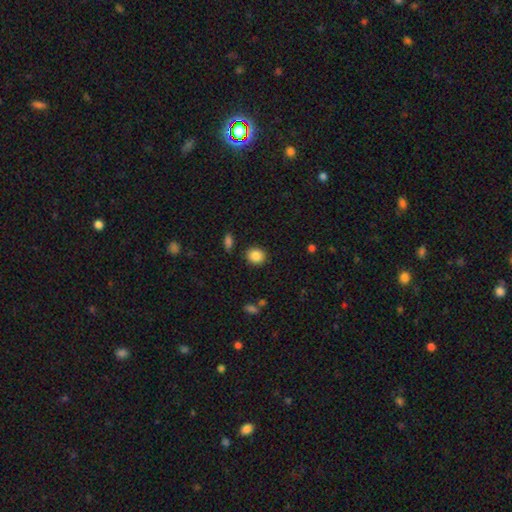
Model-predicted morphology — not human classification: smooth_or_featured: smooth (p=0.87) [alt: star or artifact p=0.09]
how_rounded: round (p=0.70) [alt: in between p=0.29]
merging: none (p=0.85) [alt: minor disturbance p=0.09]